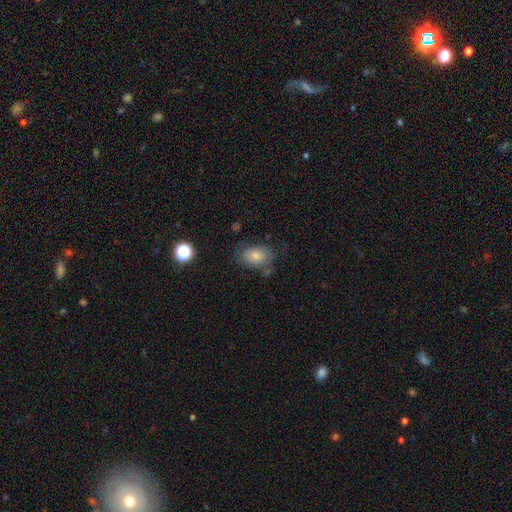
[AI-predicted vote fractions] Smooth or featured? Predicted: smooth (p=0.77). How rounded? Predicted: in between (p=0.81). Merging? Predicted: none (p=0.64).